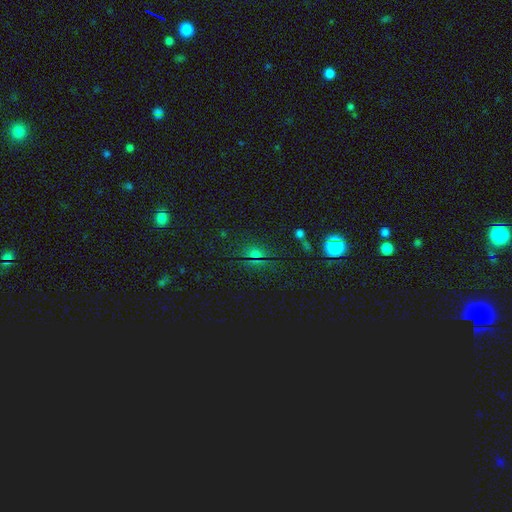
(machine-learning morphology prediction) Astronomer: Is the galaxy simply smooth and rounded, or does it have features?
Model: star or artifact — 52% (runner-up: smooth, 38%).